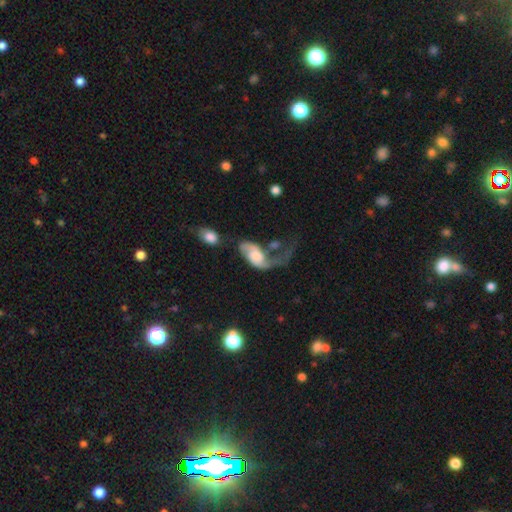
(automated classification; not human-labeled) Smooth or featured?
  - featured or disk: 68% *
  - smooth: 25%
  - star or artifact: 7%
Edge-on disk?
  - no: 96% *
  - yes: 4%
Bar?
  - no: 59% *
  - weak: 32%
  - strong: 9%
Spiral arms?
  - yes: 86% *
  - no: 14%
Spiral winding?
  - loose: 68% *
  - medium: 23%
  - tight: 9%
Spiral arm count?
  - 2: 65% *
  - 1: 26%
  - can't tell: 6%
  - 3: 1%
  - 4: 1%
  - more than 4: 1%
Bulge size?
  - moderate: 35% *
  - large: 24%
  - small: 21%
  - none: 16%
  - dominant: 5%
Merging?
  - major disturbance: 44% *
  - merger: 24%
  - none: 18%
  - minor disturbance: 13%